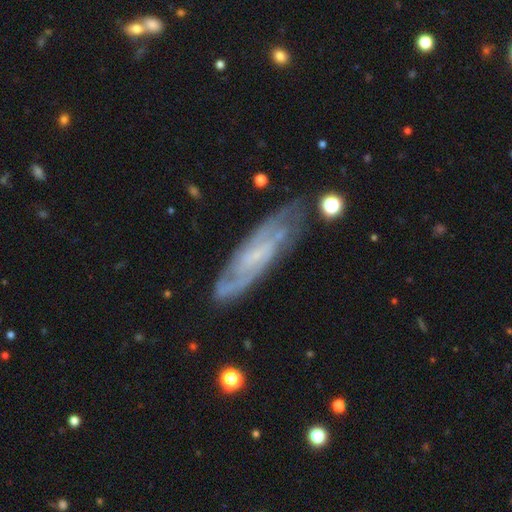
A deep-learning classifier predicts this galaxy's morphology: Smooth or featured? Predicted: featured or disk (p=0.78). Edge-on disk? Predicted: no (p=0.79). Bar? Predicted: no (p=0.45). Spiral arms? Predicted: yes (p=0.93). Spiral winding? Predicted: tight (p=0.54). Spiral arm count? Predicted: 2 (p=0.44). Bulge size? Predicted: small (p=0.57). Merging? Predicted: none (p=0.76).